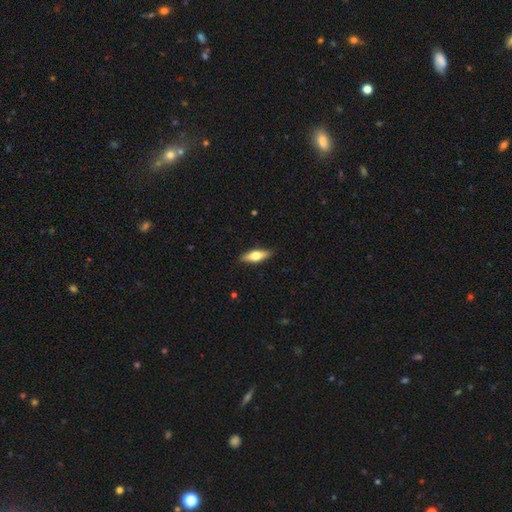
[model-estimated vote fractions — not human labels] Smooth or featured?
  - smooth: 55% *
  - featured or disk: 40%
  - star or artifact: 5%
How rounded?
  - in between: 50% *
  - cigar-shaped: 47%
  - round: 3%
Merging?
  - none: 89% *
  - minor disturbance: 8%
  - major disturbance: 2%
  - merger: 1%